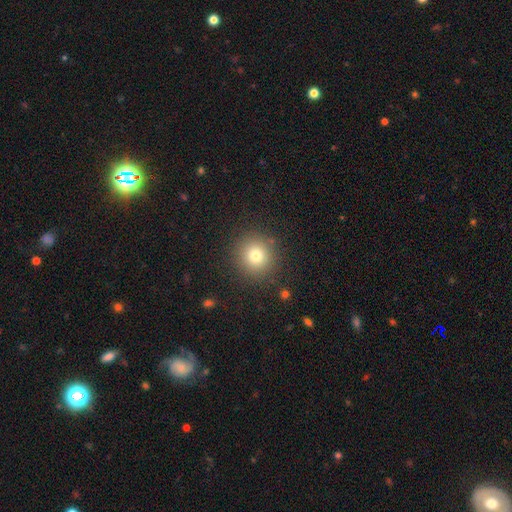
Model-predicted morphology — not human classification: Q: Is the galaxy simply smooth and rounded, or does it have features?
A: smooth — 78%.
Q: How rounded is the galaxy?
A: round — 93%.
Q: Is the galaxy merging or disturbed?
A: none — 89%.